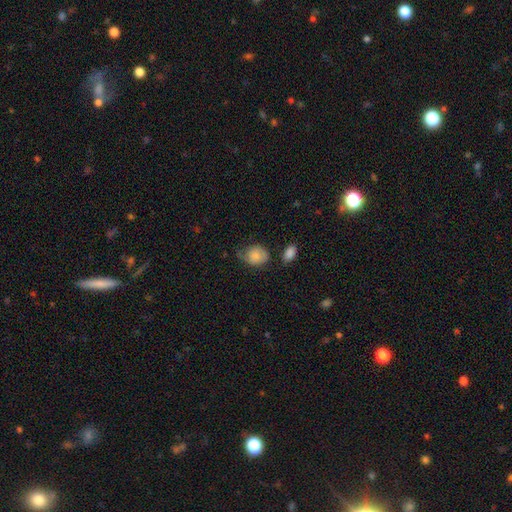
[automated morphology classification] Smooth or featured: smooth — 82% (featured or disk — 11%)
How rounded: round — 50% (in between — 48%)
Merging: none — 50% (minor disturbance — 34%)